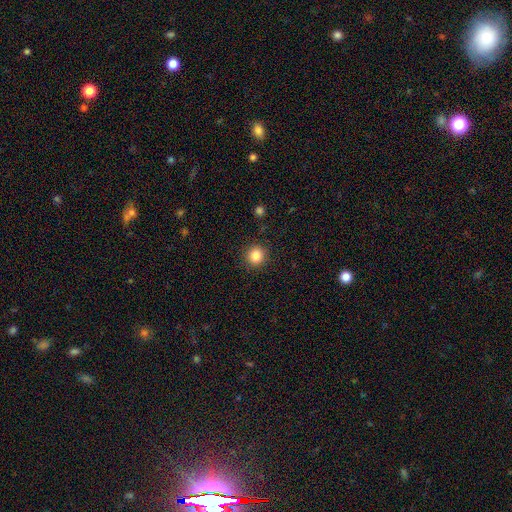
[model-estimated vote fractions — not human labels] A smooth galaxy with no disk features (85%) that is round (93%). Merging: none (91%).